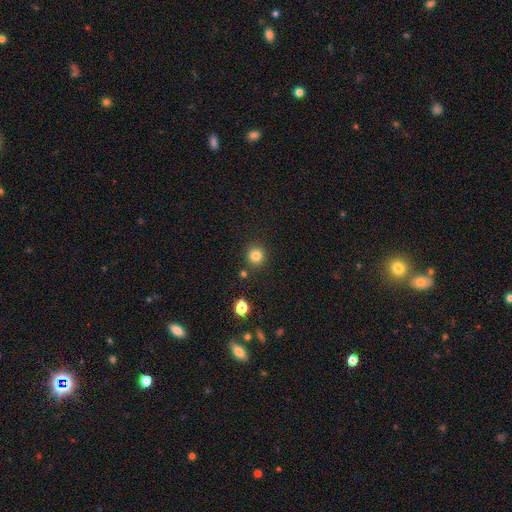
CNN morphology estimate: Smooth or featured: smooth — 82% (star or artifact — 12%)
How rounded: round — 94% (in between — 5%)
Merging: none — 88% (minor disturbance — 6%)